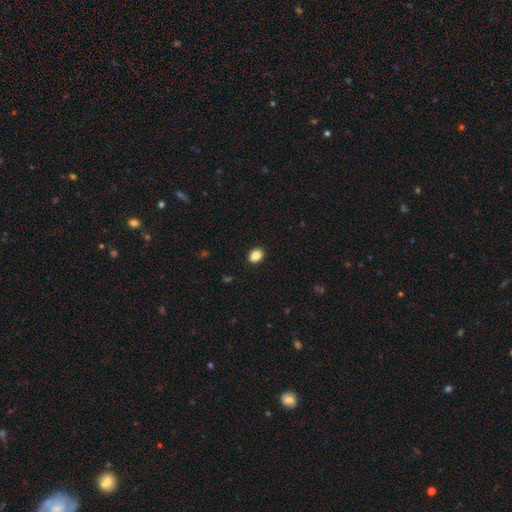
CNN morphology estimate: smooth-or-featured: smooth: 88% | star or artifact: 9% | featured or disk: 3%
  how-rounded: in between: 63% | round: 36% | cigar-shaped: 1%
  merging: none: 90% | minor disturbance: 7% | major disturbance: 2% | merger: 1%